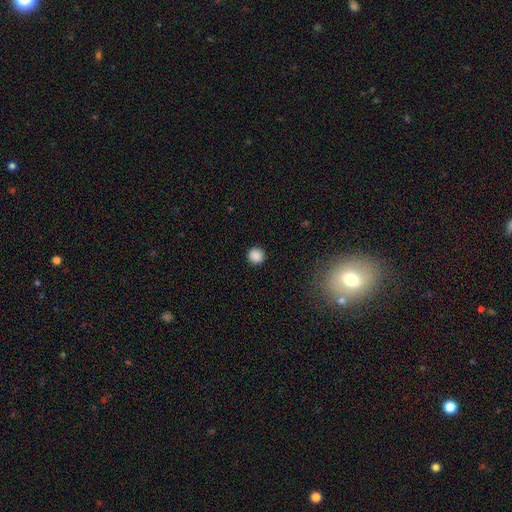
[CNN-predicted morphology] smooth 88%, star or artifact 10%, featured or disk 2%. Down the decision tree: how rounded — round (94%); merging — none (92%).